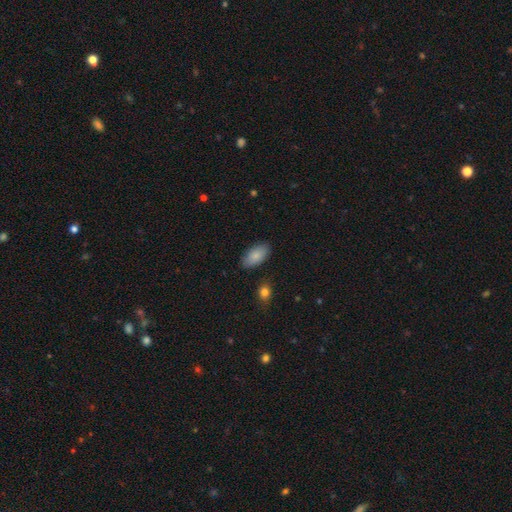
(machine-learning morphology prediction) The model was most divided on "merging": none: 85%, minor disturbance: 10%, major disturbance: 2%, merger: 2%. More confident: how rounded — in between (94%); smooth or featured — smooth (86%).